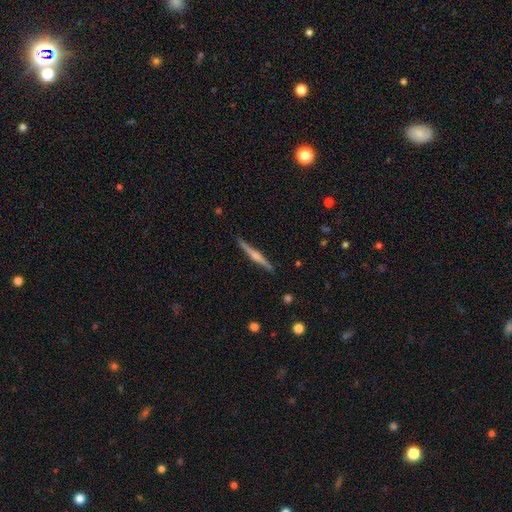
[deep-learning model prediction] Q: Smooth or featured?
A: featured or disk (68%); runner-up: smooth (27%)
Q: Edge-on disk?
A: yes (98%); runner-up: no (2%)
Q: Edge-on bulge?
A: rounded (68%); runner-up: none (16%)
Q: Merging?
A: none (89%); runner-up: minor disturbance (8%)